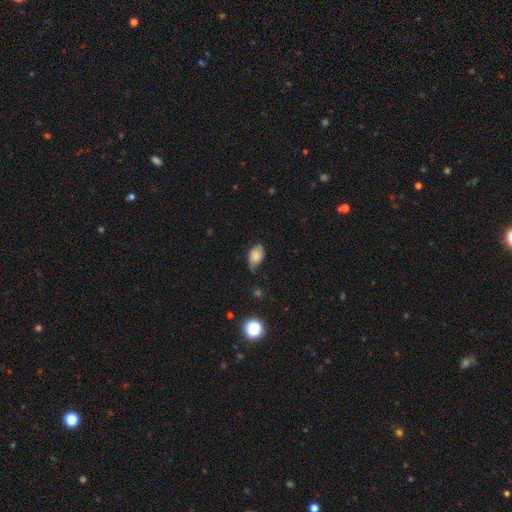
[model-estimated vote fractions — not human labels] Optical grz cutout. It shows a smooth galaxy with no disk features (70%) that is in between round and cigar-shaped (88%). Merging: none (47%).